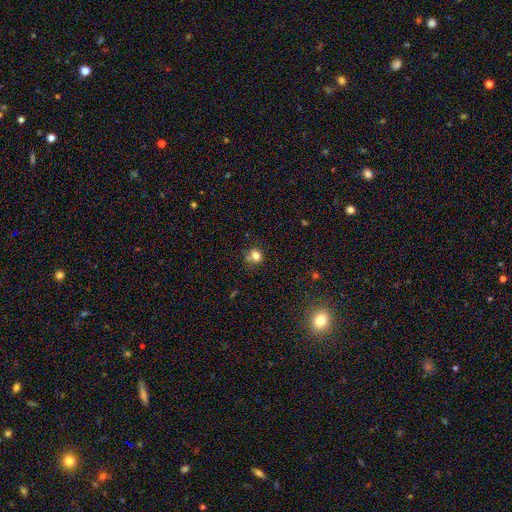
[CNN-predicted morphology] A smooth galaxy with no disk features (77%) that is round (76%). Merging: none (60%).